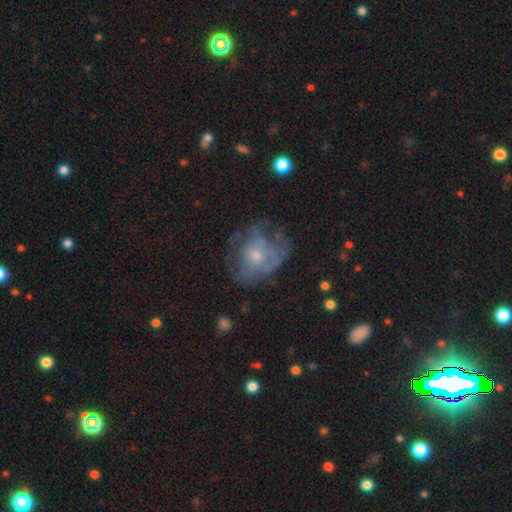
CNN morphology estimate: featured or disk 55%, smooth 35%, star or artifact 10%. Down the decision tree: edge-on disk — no (97%); bar — no (82%); spiral arms — no (70%); bulge size — small (51%); merging — none (42%).